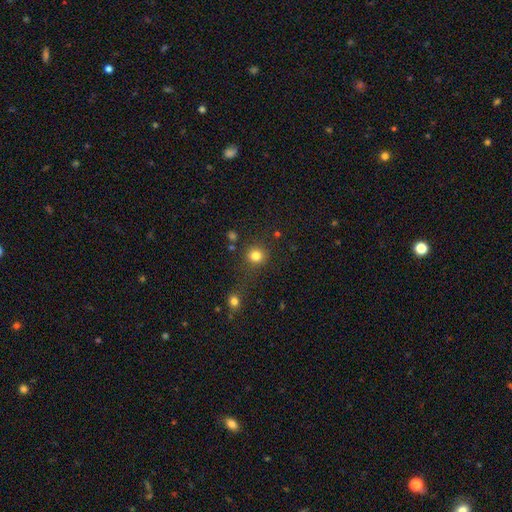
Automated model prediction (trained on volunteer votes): Q: Smooth or featured?
A: smooth (80%); runner-up: star or artifact (14%)
Q: How rounded?
A: round (91%); runner-up: in between (8%)
Q: Merging?
A: none (78%); runner-up: minor disturbance (9%)